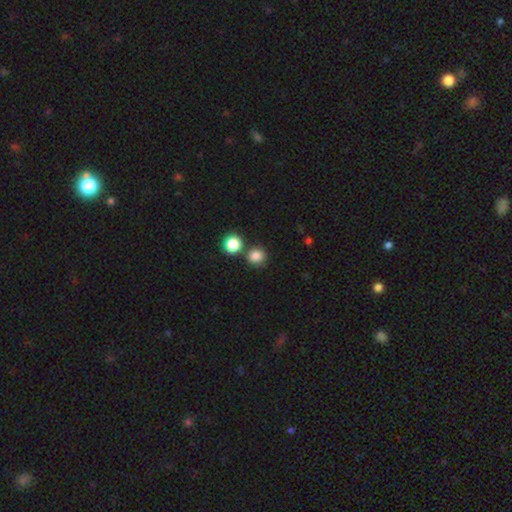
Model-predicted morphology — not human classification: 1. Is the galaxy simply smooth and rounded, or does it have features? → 83% smooth, 12% star or artifact, 5% featured or disk.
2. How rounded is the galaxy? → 88% round, 11% in between, 1% cigar-shaped.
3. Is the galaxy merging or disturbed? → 72% none, 17% merger, 8% minor disturbance, 3% major disturbance.